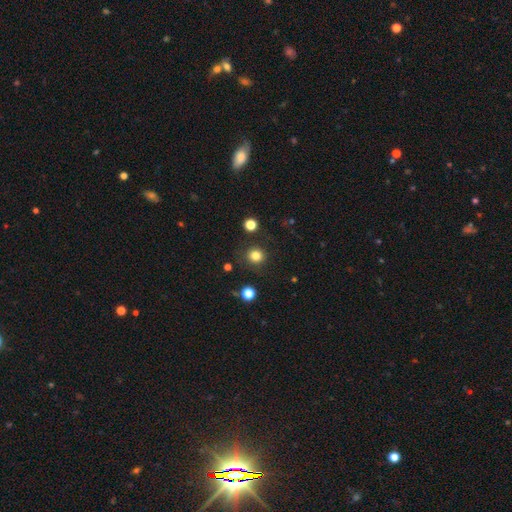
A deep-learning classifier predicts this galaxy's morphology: smooth-or-featured: smooth: 81% | star or artifact: 13% | featured or disk: 5%
  how-rounded: round: 91% | in between: 8% | cigar-shaped: 1%
  merging: none: 87% | minor disturbance: 8% | major disturbance: 3% | merger: 2%